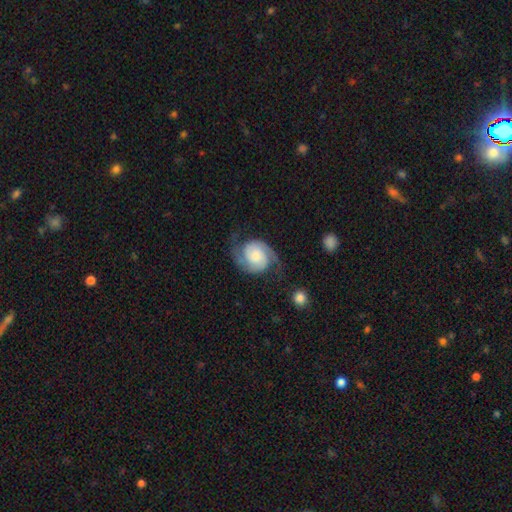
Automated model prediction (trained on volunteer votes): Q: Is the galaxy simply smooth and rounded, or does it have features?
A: featured or disk — 83%.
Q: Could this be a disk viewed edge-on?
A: no — 98%.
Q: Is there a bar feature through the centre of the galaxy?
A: no — 69%.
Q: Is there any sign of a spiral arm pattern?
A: yes — 97%.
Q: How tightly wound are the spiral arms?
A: medium — 46%.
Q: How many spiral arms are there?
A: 2 — 92%.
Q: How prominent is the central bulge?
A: moderate — 35%.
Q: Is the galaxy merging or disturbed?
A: none — 68%.